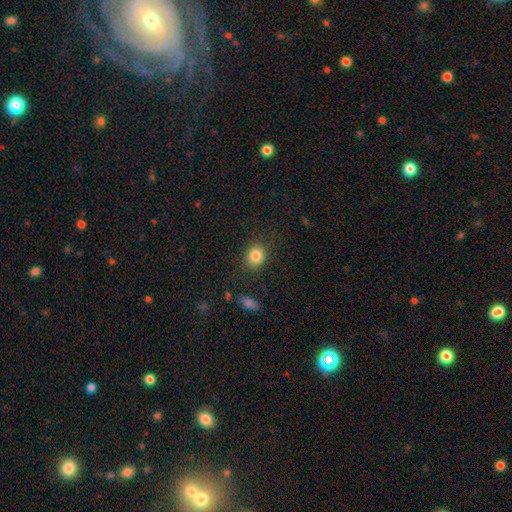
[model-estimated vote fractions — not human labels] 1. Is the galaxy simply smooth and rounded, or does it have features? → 84% smooth, 10% star or artifact, 6% featured or disk.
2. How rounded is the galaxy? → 65% round, 34% in between, 1% cigar-shaped.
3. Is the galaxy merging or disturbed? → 83% none, 11% minor disturbance, 4% major disturbance, 2% merger.